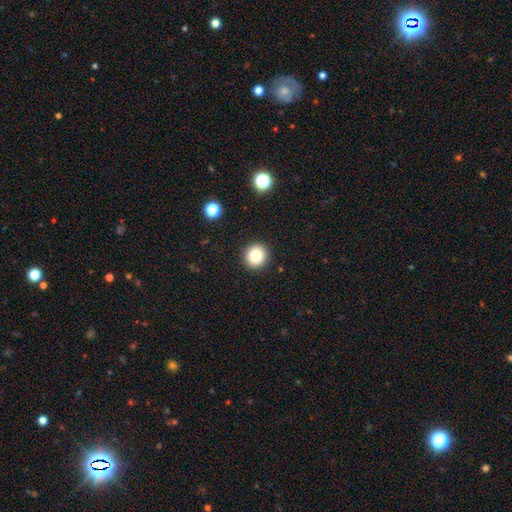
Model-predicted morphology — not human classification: smooth-or-featured: smooth: 82% | star or artifact: 11% | featured or disk: 7%
  how-rounded: round: 92% | in between: 7% | cigar-shaped: 1%
  merging: none: 92% | minor disturbance: 5% | major disturbance: 2% | merger: 1%